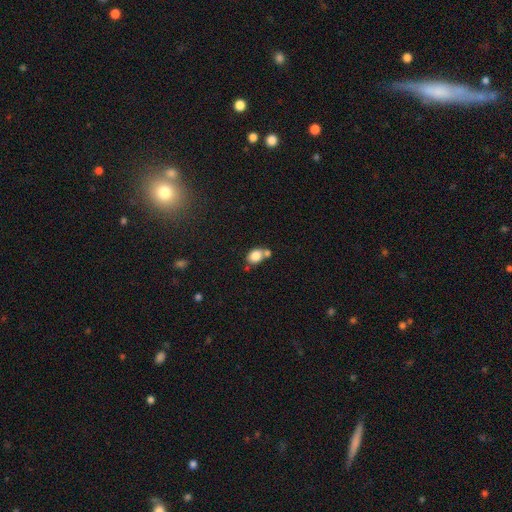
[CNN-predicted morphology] Q: Smooth or featured?
A: smooth (83%); runner-up: star or artifact (9%)
Q: How rounded?
A: in between (59%); runner-up: round (40%)
Q: Merging?
A: none (46%); runner-up: merger (36%)